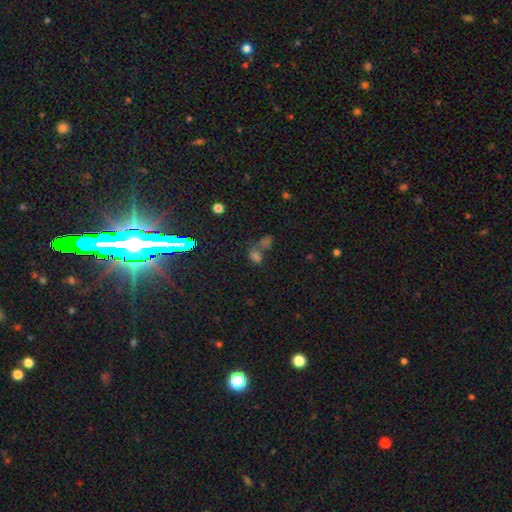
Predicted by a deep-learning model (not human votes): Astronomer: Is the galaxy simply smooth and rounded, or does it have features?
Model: star or artifact — 48% (runner-up: smooth, 42%).